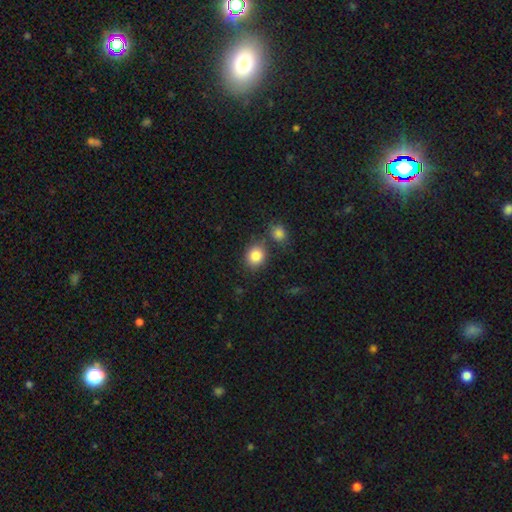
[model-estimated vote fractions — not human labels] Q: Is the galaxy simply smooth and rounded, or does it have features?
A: smooth — 85%.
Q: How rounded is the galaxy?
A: round — 73%.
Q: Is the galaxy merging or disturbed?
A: none — 70%.